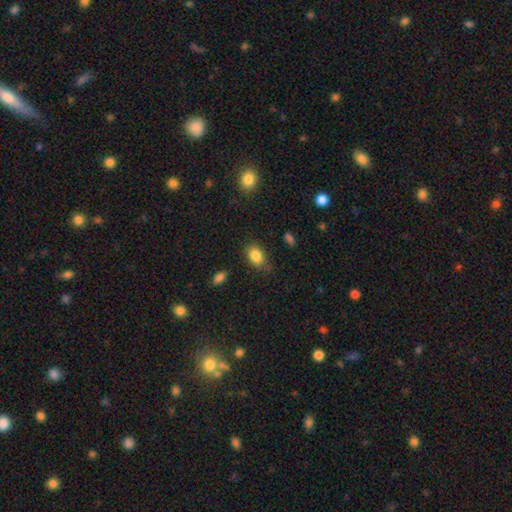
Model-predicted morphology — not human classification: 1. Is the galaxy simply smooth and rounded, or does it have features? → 85% smooth, 9% star or artifact, 6% featured or disk.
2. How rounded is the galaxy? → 79% in between, 19% round, 2% cigar-shaped.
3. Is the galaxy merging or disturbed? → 77% none, 17% minor disturbance, 4% major disturbance, 2% merger.